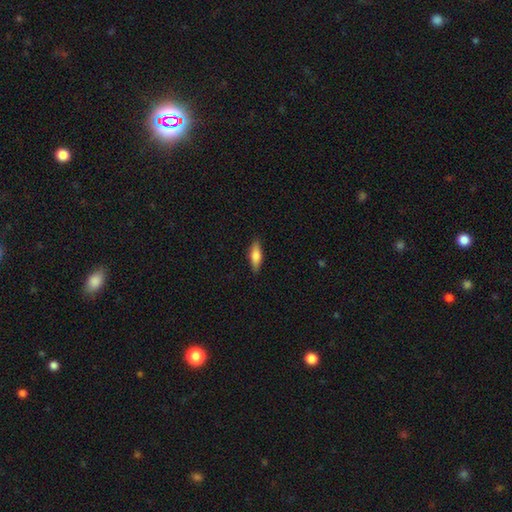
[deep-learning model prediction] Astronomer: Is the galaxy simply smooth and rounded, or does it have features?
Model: smooth — 70%.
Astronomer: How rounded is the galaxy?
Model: in between — 49% (runner-up: cigar-shaped, 48%).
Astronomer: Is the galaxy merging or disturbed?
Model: none — 87%.